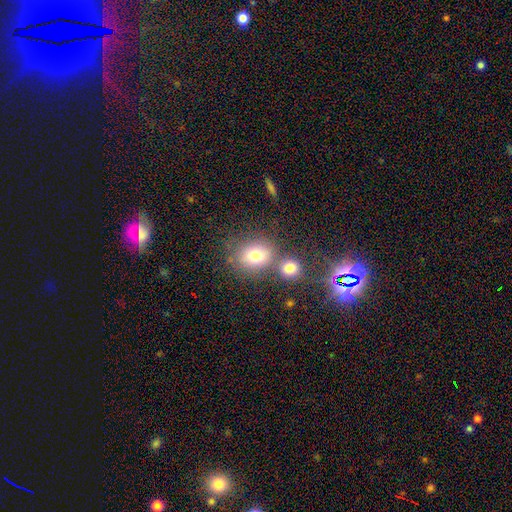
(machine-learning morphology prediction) Q: Smooth or featured?
A: smooth (75%); runner-up: star or artifact (13%)
Q: How rounded?
A: round (60%); runner-up: in between (39%)
Q: Merging?
A: none (54%); runner-up: merger (29%)